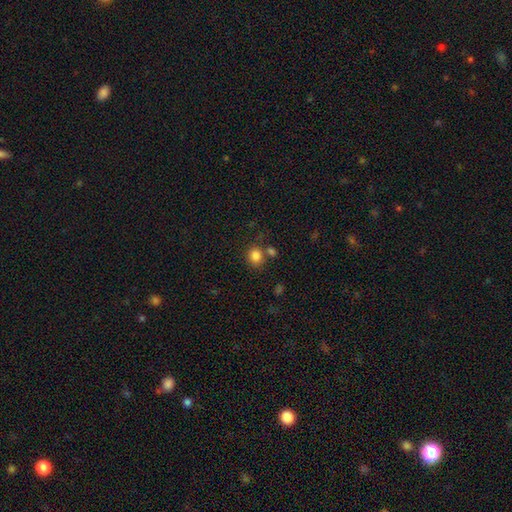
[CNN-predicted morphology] smooth 84%, star or artifact 11%, featured or disk 5%. Down the decision tree: how rounded — round (77%); merging — none (72%).